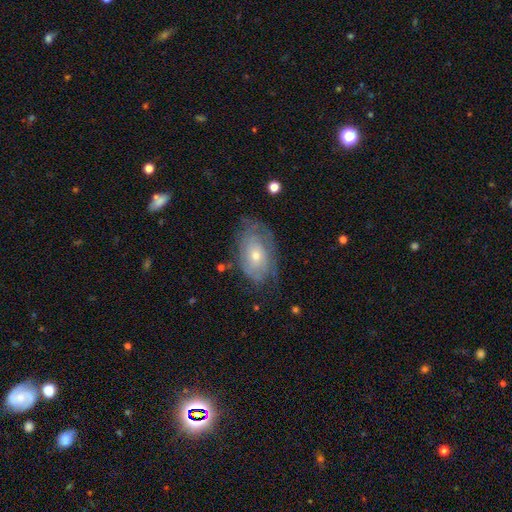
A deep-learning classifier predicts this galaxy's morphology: The model was most divided on "bulge size": small: 54%, moderate: 42%, large: 2%, none: 1%, dominant: 1%. More confident: edge-on disk — no (93%); bar — no (83%); spiral arms — yes (71%); smooth or featured — featured or disk (64%); merging — none (60%).